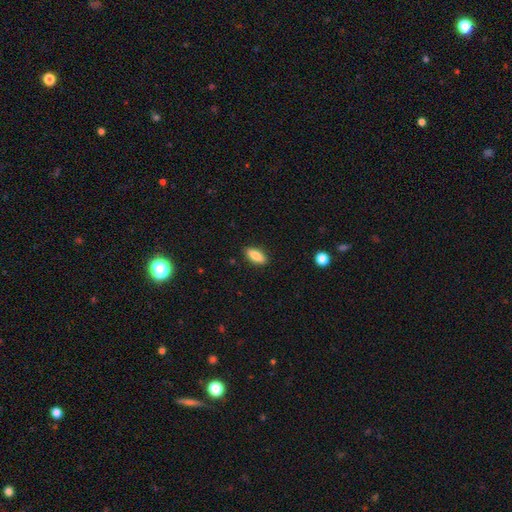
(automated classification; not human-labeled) Smooth or featured?
  - smooth: 84% *
  - featured or disk: 9%
  - star or artifact: 7%
How rounded?
  - in between: 80% *
  - cigar-shaped: 18%
  - round: 3%
Merging?
  - none: 88% *
  - minor disturbance: 9%
  - major disturbance: 2%
  - merger: 1%